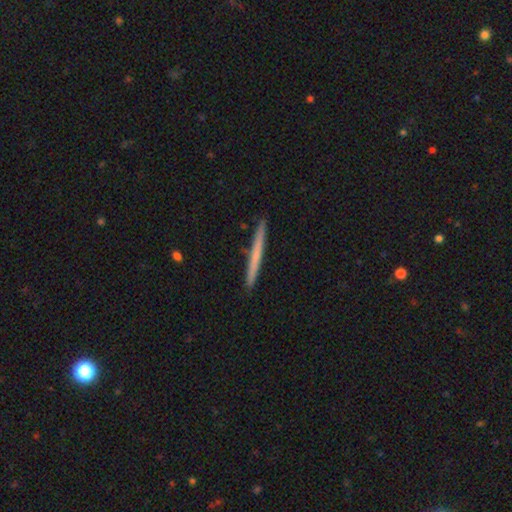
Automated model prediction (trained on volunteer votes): smooth 55%, featured or disk 40%, star or artifact 5%. Down the decision tree: how rounded — cigar-shaped (97%); merging — none (93%).